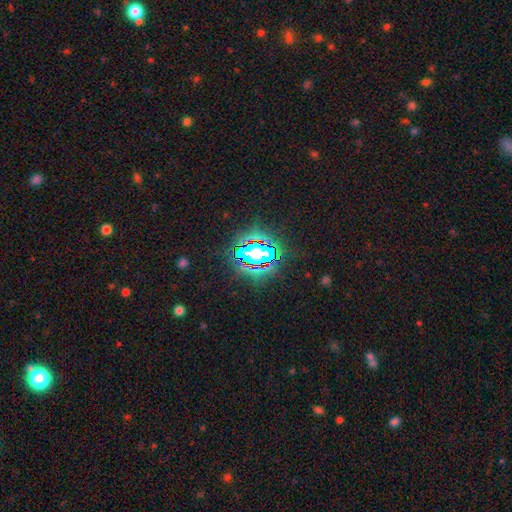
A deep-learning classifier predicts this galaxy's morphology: smooth-or-featured: star or artifact: 82% | smooth: 12% | featured or disk: 7%